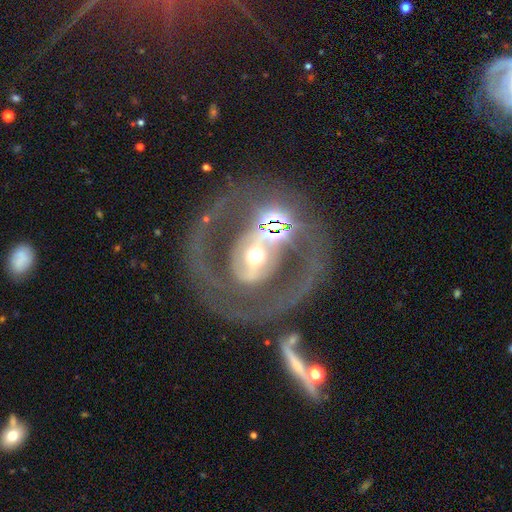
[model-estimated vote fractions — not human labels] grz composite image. It shows a featured or disk galaxy (78%) with a strong bar (54%), 2 (76%) medium (49%) spiral arms (72%) and a moderate central bulge (65%). Merging: none (60%).